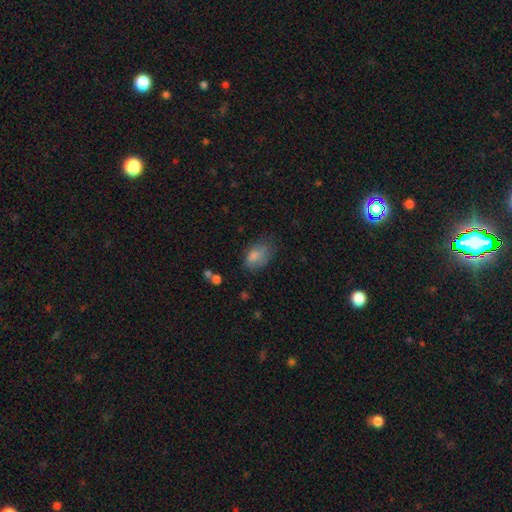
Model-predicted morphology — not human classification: smooth 81%, featured or disk 10%, star or artifact 9%. Down the decision tree: how rounded — in between (89%); merging — none (54%).